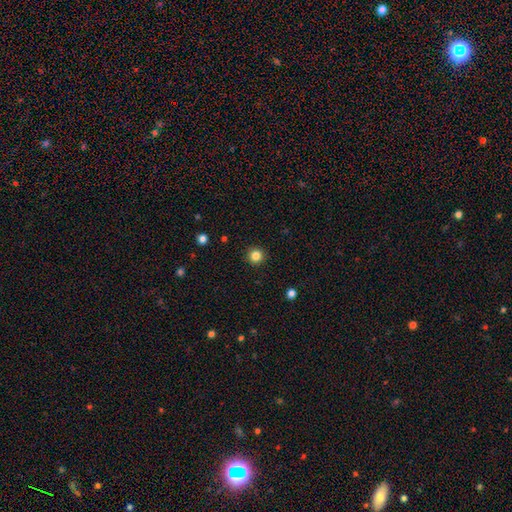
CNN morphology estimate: smooth_or_featured: smooth (p=0.84) [alt: star or artifact p=0.12]
how_rounded: round (p=0.95) [alt: in between p=0.04]
merging: none (p=0.92) [alt: minor disturbance p=0.05]